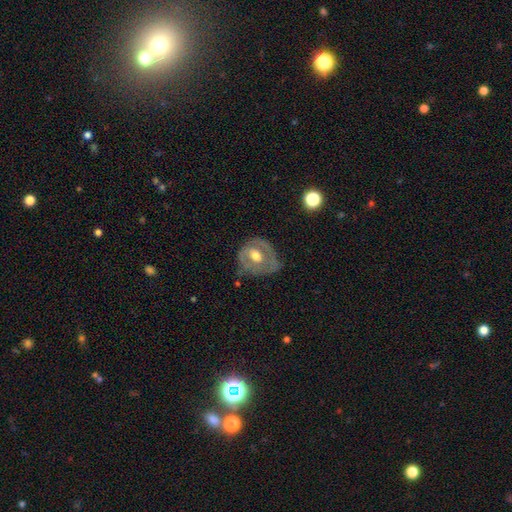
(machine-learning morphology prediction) type=featured or disk (61%); edge-on=no (95%); bar=no (61%); spiral arms=no (56%); bulge=moderate (74%); merging=none (49%).